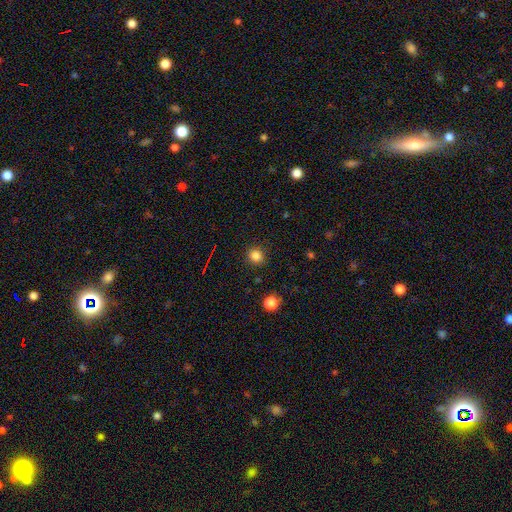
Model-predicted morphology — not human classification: Overall: smooth (83%). How rounded: round (87%). Merging: none (90%).